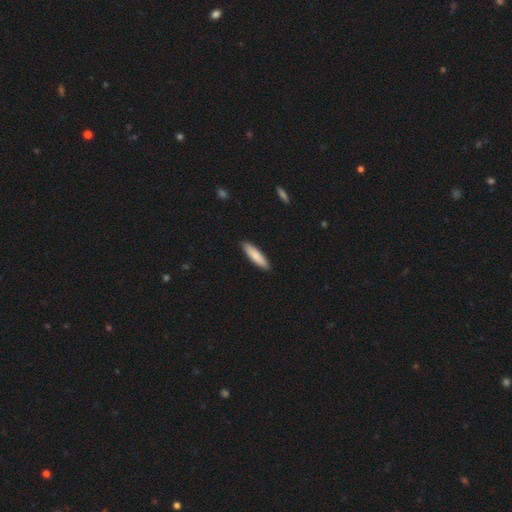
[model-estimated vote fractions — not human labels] Smooth or featured?
  - smooth: 84% *
  - featured or disk: 11%
  - star or artifact: 5%
How rounded?
  - cigar-shaped: 74% *
  - in between: 25%
  - round: 1%
Merging?
  - none: 90% *
  - minor disturbance: 7%
  - major disturbance: 1%
  - merger: 1%